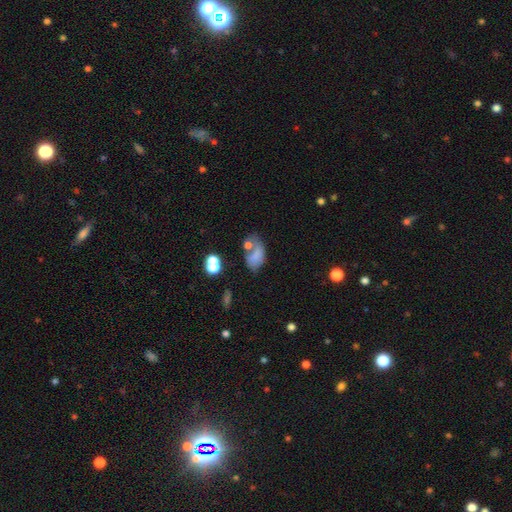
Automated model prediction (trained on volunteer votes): Q: Smooth or featured?
A: smooth (64%); runner-up: featured or disk (22%)
Q: How rounded?
A: in between (87%); runner-up: round (11%)
Q: Merging?
A: none (30%); runner-up: merger (25%)